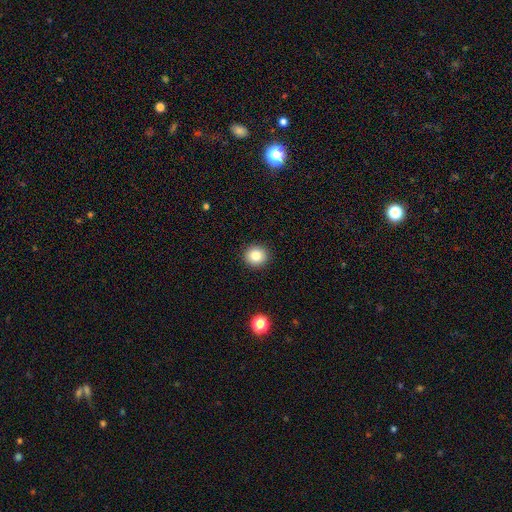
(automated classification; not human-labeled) This is clearly a smooth galaxy (83%). How rounded: clearly round (90%). Merging: clearly none (92%).